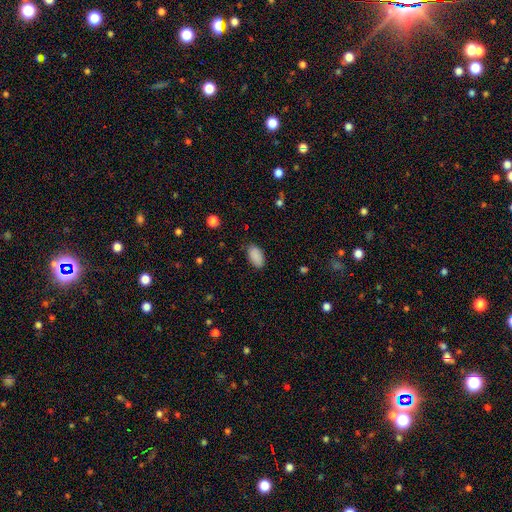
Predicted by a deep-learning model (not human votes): Morphology: type=smooth (89%); roundness=in between (94%); merging=none (82%).